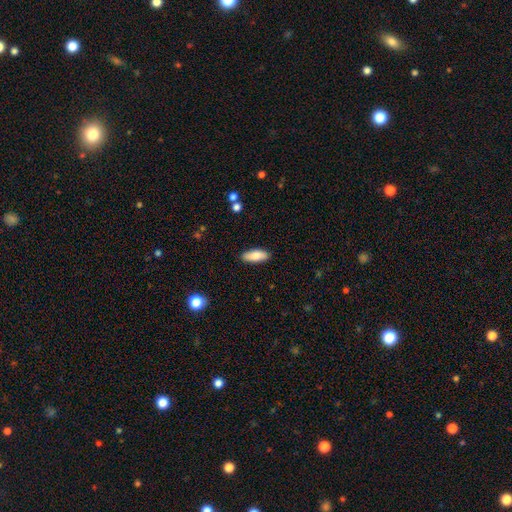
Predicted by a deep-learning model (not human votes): smooth_or_featured: smooth (p=0.82) [alt: featured or disk p=0.12]
how_rounded: in between (p=0.76) [alt: cigar-shaped p=0.22]
merging: none (p=0.87) [alt: minor disturbance p=0.10]